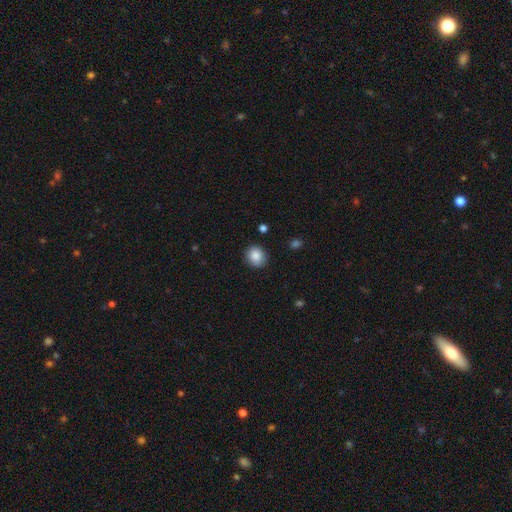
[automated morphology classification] Smooth or featured?
  - smooth: 87% *
  - star or artifact: 8%
  - featured or disk: 4%
How rounded?
  - round: 76% *
  - in between: 23%
  - cigar-shaped: 1%
Merging?
  - none: 87% *
  - minor disturbance: 9%
  - major disturbance: 2%
  - merger: 1%